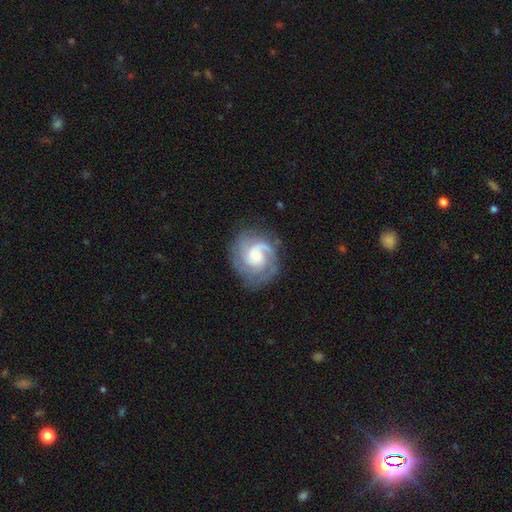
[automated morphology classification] This appears to be a featured or disk galaxy (86%) with no bar (63%), 2 (32%) tight (51%) spiral arms (97%) and a small central bulge (43%). Merging: none (75%).